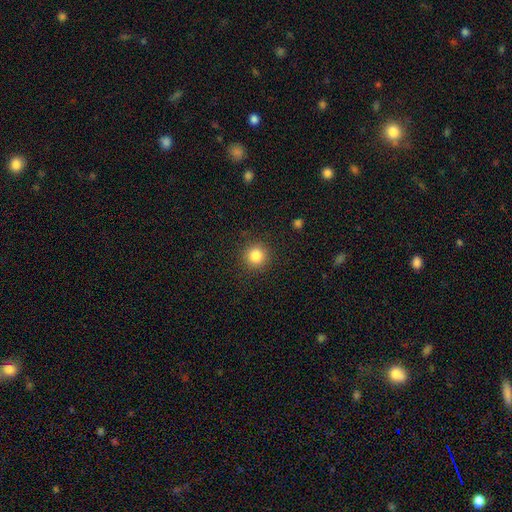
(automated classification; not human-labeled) smooth-or-featured: smooth: 84% | star or artifact: 11% | featured or disk: 5%
  how-rounded: round: 94% | in between: 5% | cigar-shaped: 1%
  merging: none: 90% | minor disturbance: 6% | major disturbance: 2% | merger: 1%